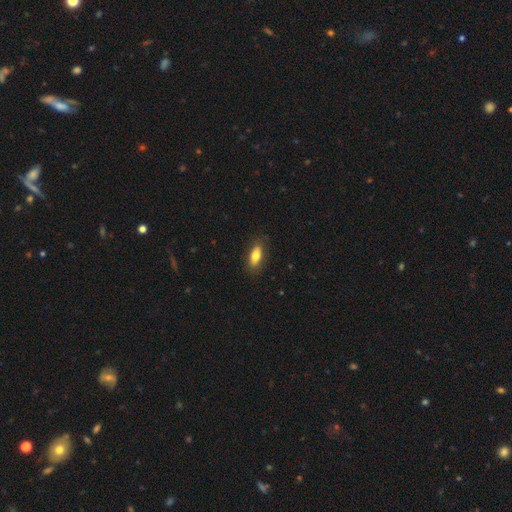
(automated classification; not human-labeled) Overall: smooth (76%). How rounded: in between (80%). Merging: none (83%).